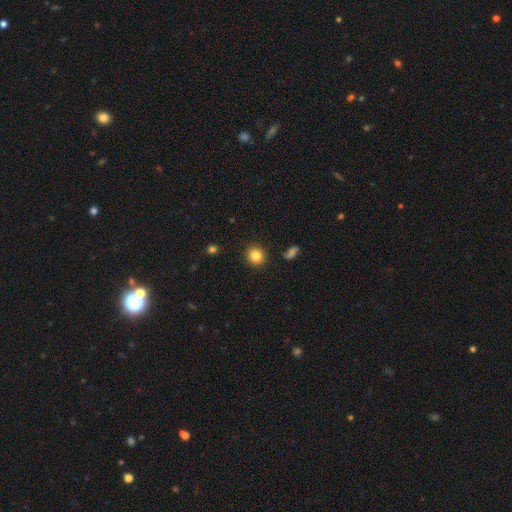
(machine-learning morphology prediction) This appears to be a smooth galaxy with no disk features (85%) that is round (87%). Merging: none (90%).